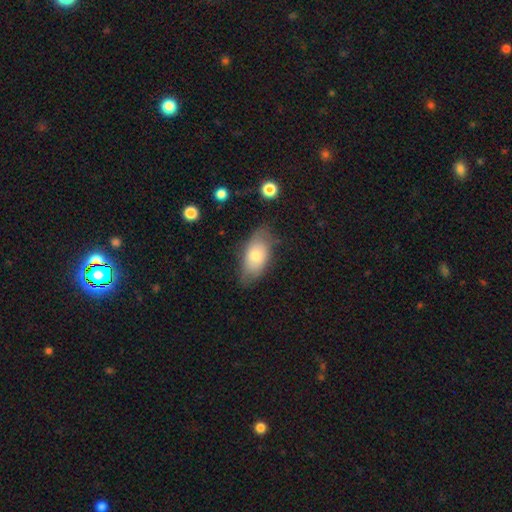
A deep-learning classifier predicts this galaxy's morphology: Smooth or featured? smooth (68%)
How rounded? in between (90%)
Merging? none (70%)